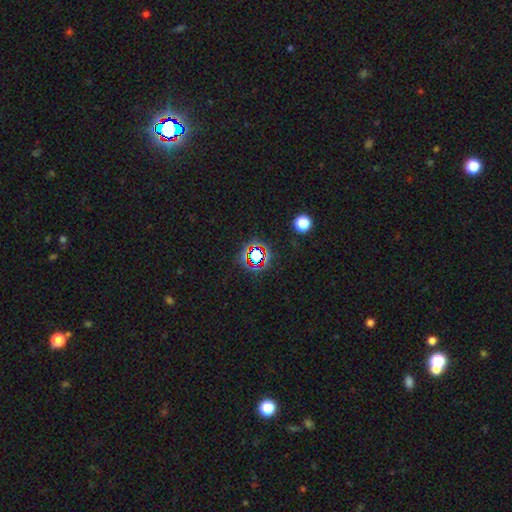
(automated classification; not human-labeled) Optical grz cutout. It shows a star or artifact, not a galaxy (70%).